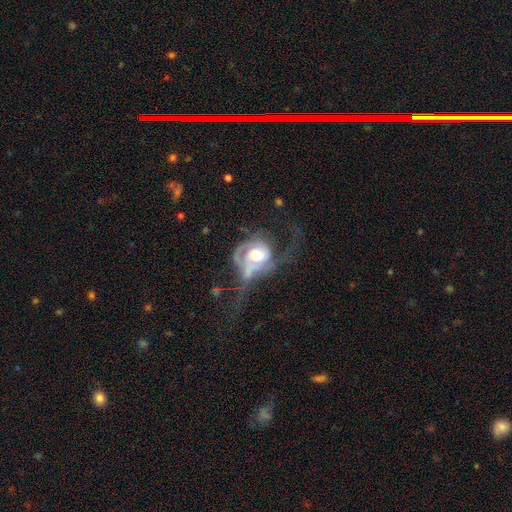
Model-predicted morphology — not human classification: Smooth or featured?
  - featured or disk: 73% *
  - smooth: 19%
  - star or artifact: 7%
Edge-on disk?
  - no: 97% *
  - yes: 3%
Bar?
  - no: 70% *
  - weak: 24%
  - strong: 6%
Spiral arms?
  - yes: 80% *
  - no: 20%
Spiral winding?
  - medium: 39% *
  - tight: 31%
  - loose: 30%
Spiral arm count?
  - 2: 38% *
  - can't tell: 25%
  - 1: 18%
  - 3: 11%
  - 4: 4%
  - more than 4: 3%
Bulge size?
  - moderate: 50% *
  - large: 31%
  - small: 12%
  - dominant: 4%
  - none: 3%
Merging?
  - major disturbance: 52% *
  - none: 20%
  - minor disturbance: 14%
  - merger: 13%